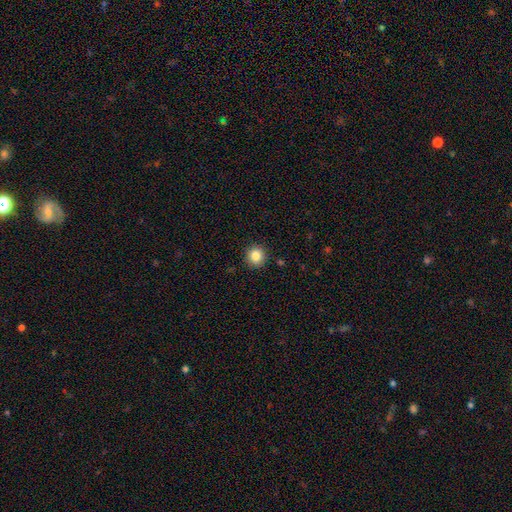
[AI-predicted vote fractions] smooth-or-featured: smooth: 85% | star or artifact: 10% | featured or disk: 5%
  how-rounded: round: 92% | in between: 7% | cigar-shaped: 1%
  merging: none: 91% | minor disturbance: 6% | major disturbance: 2% | merger: 1%